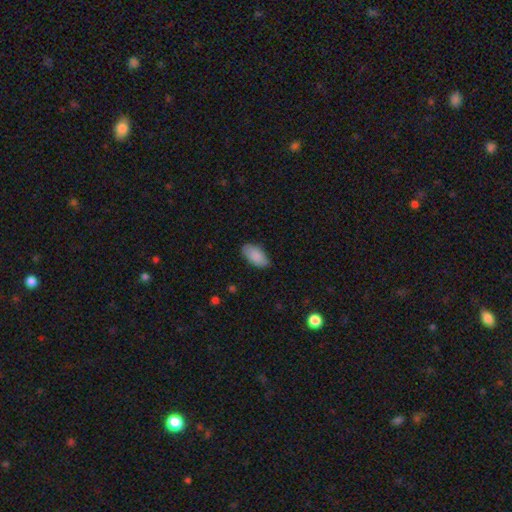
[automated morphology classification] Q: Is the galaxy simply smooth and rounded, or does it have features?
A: smooth — 89%.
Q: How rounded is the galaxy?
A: in between — 95%.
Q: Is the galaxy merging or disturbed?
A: none — 83%.